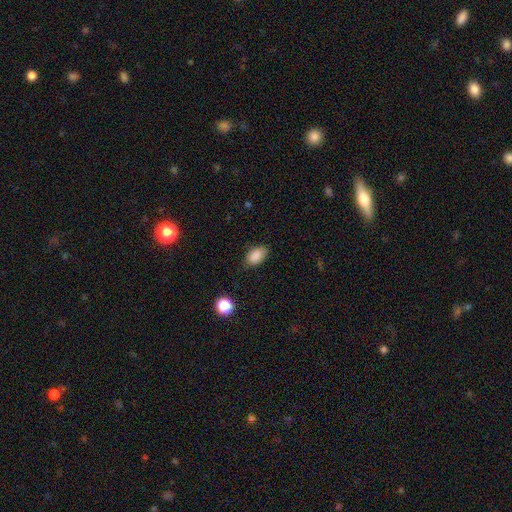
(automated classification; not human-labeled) smooth 87%, star or artifact 9%, featured or disk 4%. Down the decision tree: how rounded — in between (90%); merging — none (80%).